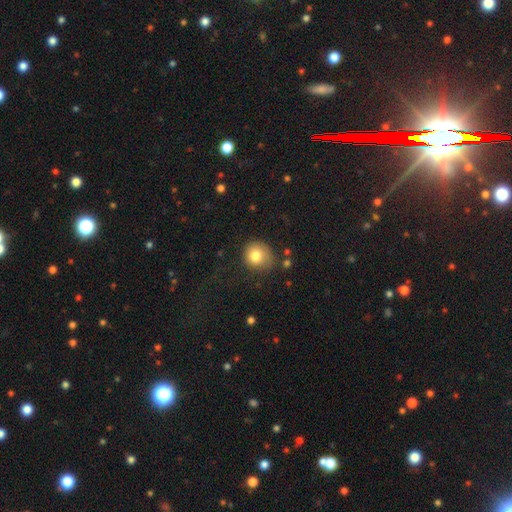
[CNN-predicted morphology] This appears to be a smooth galaxy with no disk features (79%) that is round (85%). Merging: none (66%).